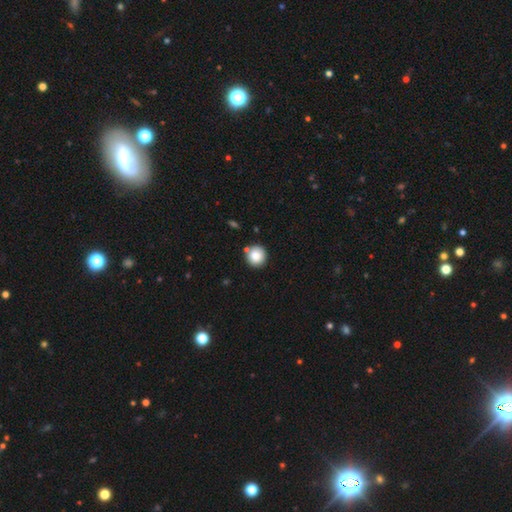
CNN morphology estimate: The model was most divided on "merging": none: 80%, minor disturbance: 10%, merger: 8%, major disturbance: 2%. More confident: how rounded — round (93%); smooth or featured — smooth (85%).